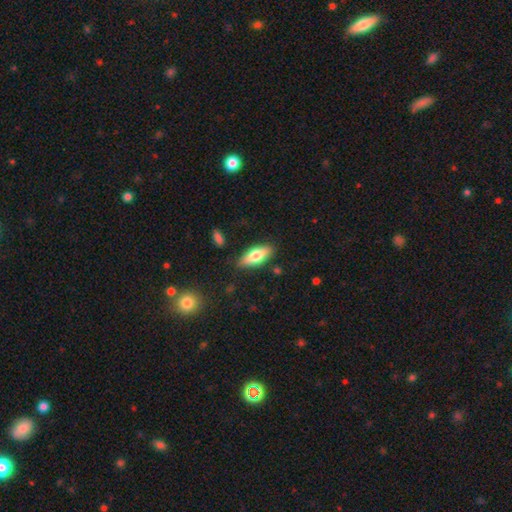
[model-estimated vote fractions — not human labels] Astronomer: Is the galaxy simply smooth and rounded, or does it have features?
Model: smooth — 67%.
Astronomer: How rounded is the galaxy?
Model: in between — 72%.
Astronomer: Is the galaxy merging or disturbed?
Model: none — 83%.